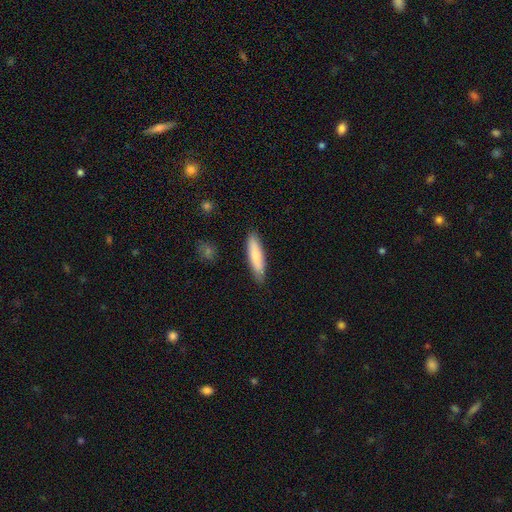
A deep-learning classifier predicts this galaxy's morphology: Smooth or featured: smooth — 77% (featured or disk — 17%)
How rounded: cigar-shaped — 77% (in between — 22%)
Merging: none — 86% (minor disturbance — 11%)